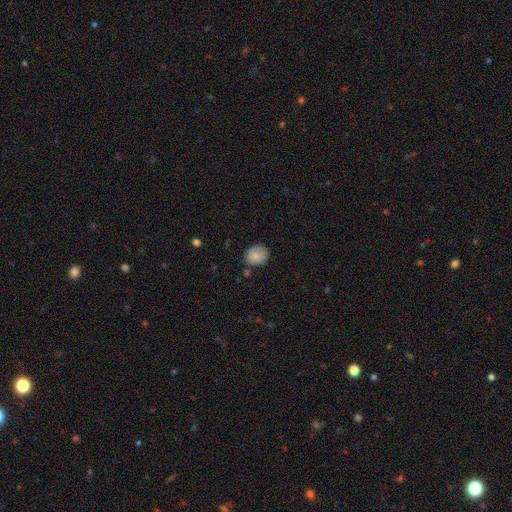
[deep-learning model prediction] A smooth galaxy with no disk features (84%) that is round (75%). Merging: none (75%).